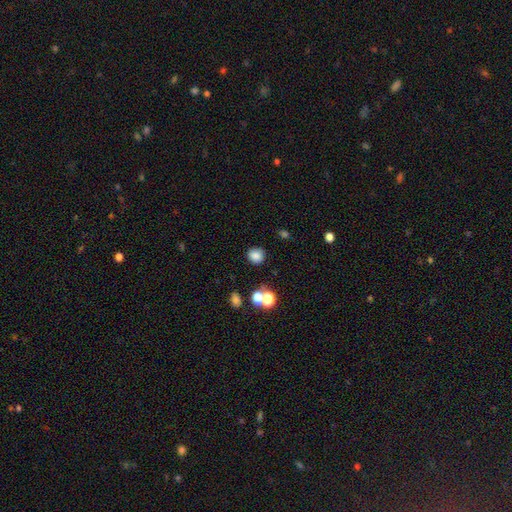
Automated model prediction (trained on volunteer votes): This is clearly a smooth galaxy (82%). How rounded: clearly round (84%). Merging: clearly none (83%).